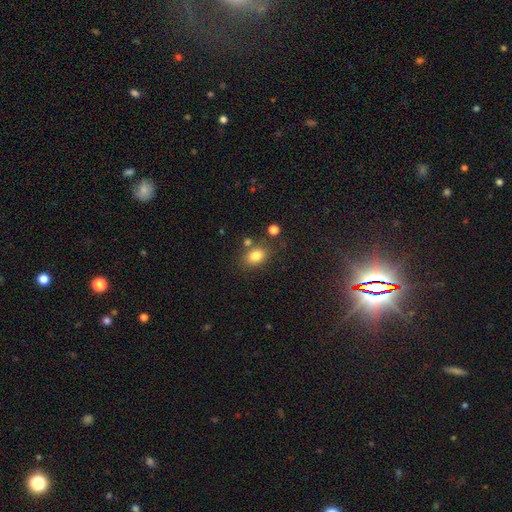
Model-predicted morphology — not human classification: smooth-or-featured: smooth: 81% | star or artifact: 11% | featured or disk: 8%
  how-rounded: in between: 72% | round: 27% | cigar-shaped: 1%
  merging: none: 73% | minor disturbance: 13% | merger: 10% | major disturbance: 4%